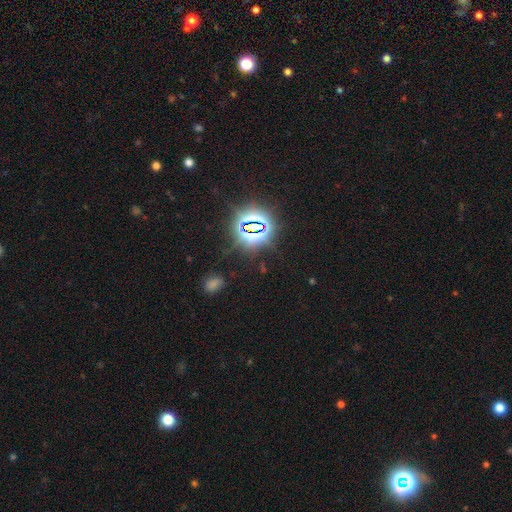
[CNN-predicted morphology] Smooth or featured? star or artifact (80%)